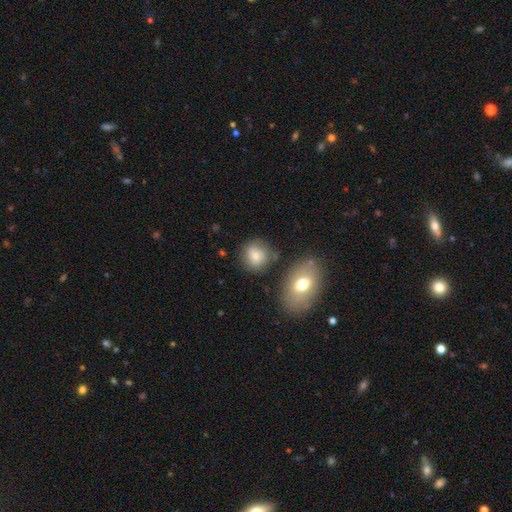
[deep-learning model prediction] Smooth or featured? Predicted: smooth (p=0.73). How rounded? Predicted: round (p=0.80). Merging? Predicted: none (p=0.74).